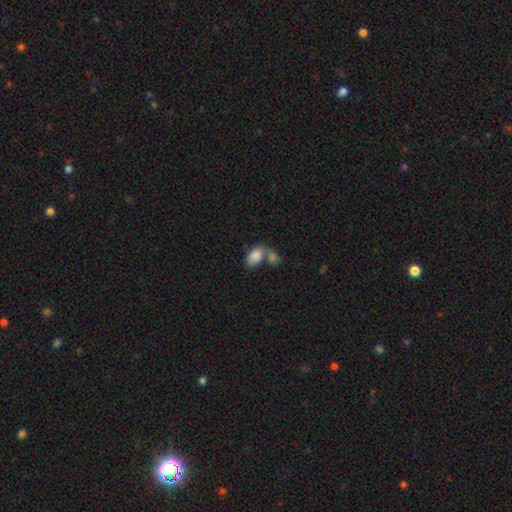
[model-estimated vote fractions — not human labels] Smooth or featured: smooth — 85% (featured or disk — 8%)
How rounded: in between — 91% (round — 7%)
Merging: merger — 52% (none — 32%)